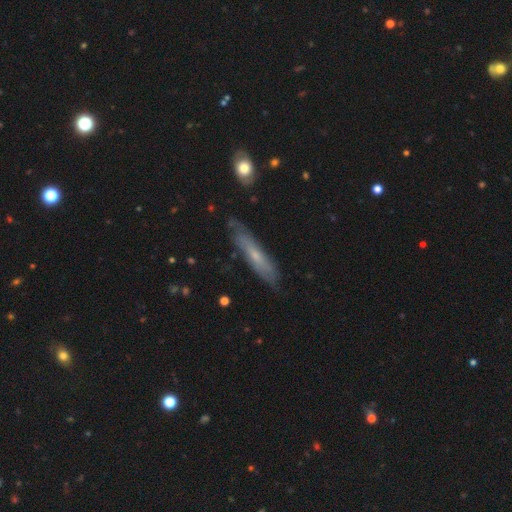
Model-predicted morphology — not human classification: Smooth or featured? featured or disk (51%)
Edge-on disk? yes (63%)
Merging? none (73%)